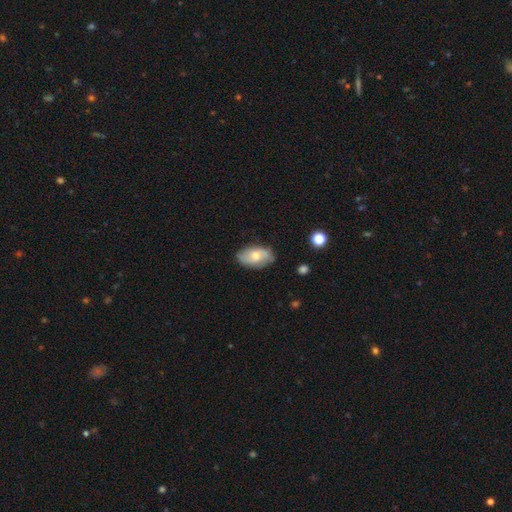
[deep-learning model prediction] Morphology: type=smooth (52%); roundness=in between (92%); merging=none (74%).